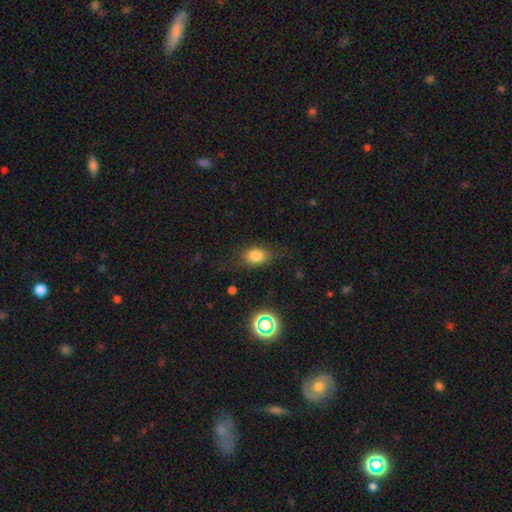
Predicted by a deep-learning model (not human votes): This appears to be a smooth galaxy with no disk features (75%) that is in between round and cigar-shaped (69%). Merging: none (69%).